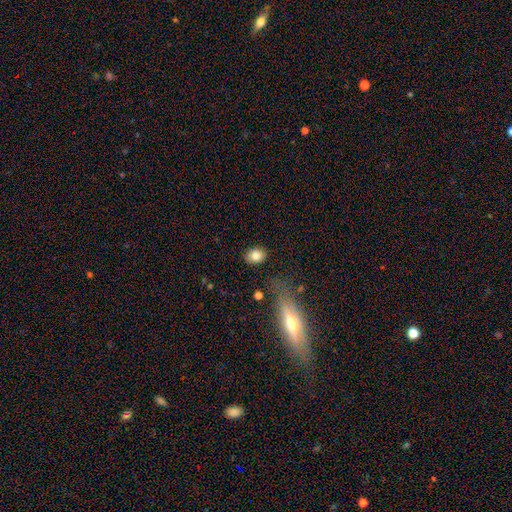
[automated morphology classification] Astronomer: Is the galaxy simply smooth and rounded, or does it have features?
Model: smooth — 83%.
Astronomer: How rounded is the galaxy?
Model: in between — 63%.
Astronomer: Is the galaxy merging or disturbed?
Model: none — 83%.